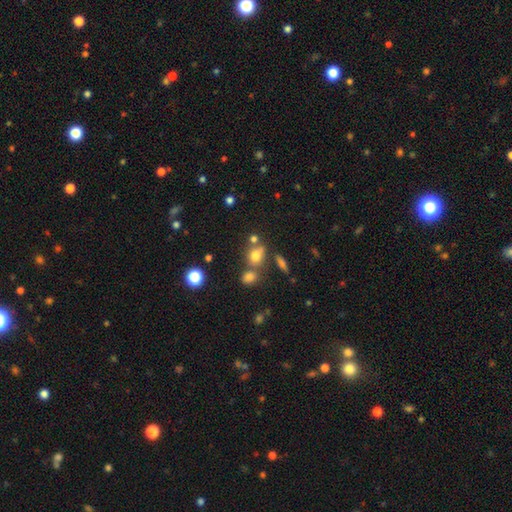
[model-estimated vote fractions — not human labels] Overall: smooth (71%). How rounded: round (54%; in between 43%). Merging: none (56%; merger 25%).